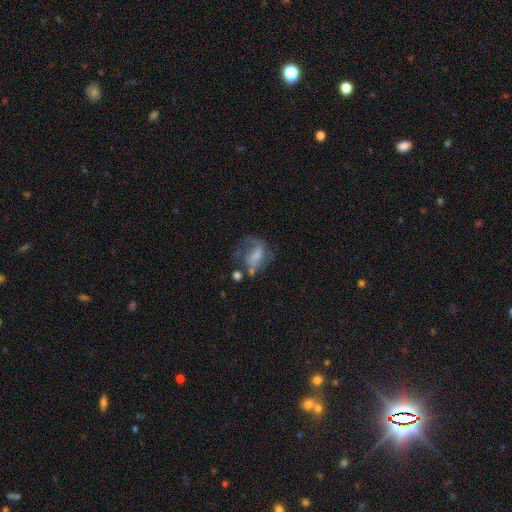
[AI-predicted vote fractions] A featured or disk galaxy (51%). Merging: major disturbance (40%).